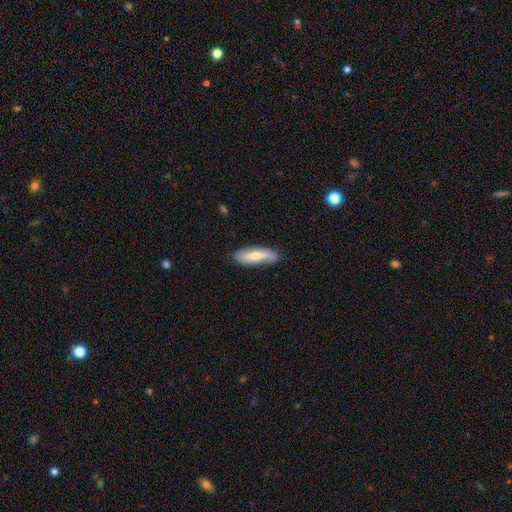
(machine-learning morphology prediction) Smooth or featured? smooth (51%)
How rounded? in between (56%)
Merging? none (78%)